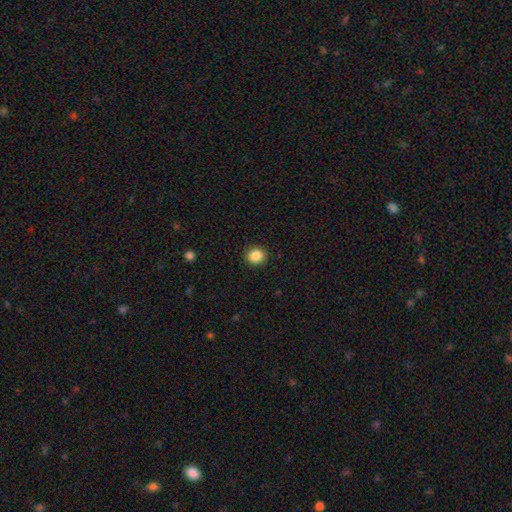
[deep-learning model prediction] Overall: smooth (86%). How rounded: round (85%). Merging: none (92%).